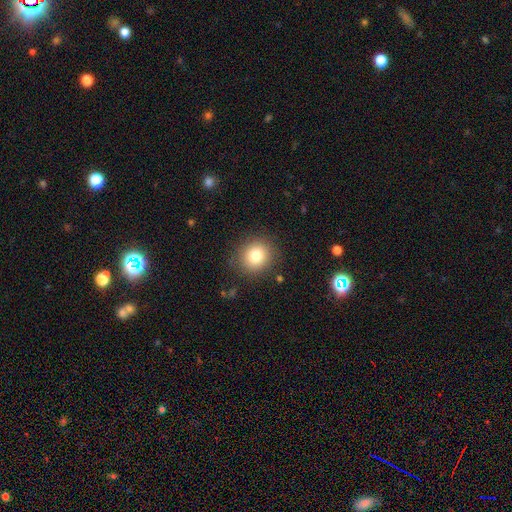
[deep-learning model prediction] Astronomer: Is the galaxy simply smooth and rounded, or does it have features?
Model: smooth — 79%.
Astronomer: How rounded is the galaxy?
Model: round — 85%.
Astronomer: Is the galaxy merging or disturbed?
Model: none — 87%.